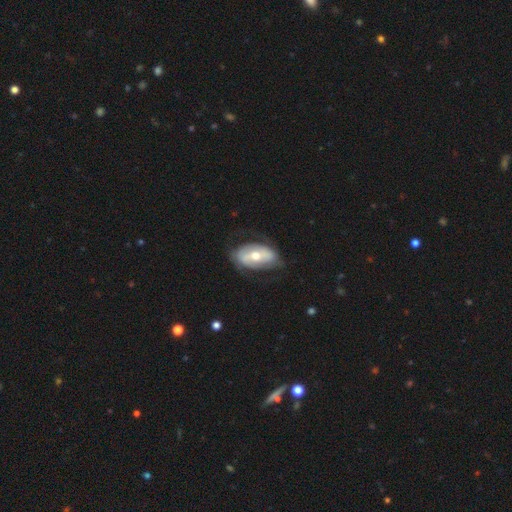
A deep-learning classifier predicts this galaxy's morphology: Smooth or featured? featured or disk (58%)
Edge-on disk? no (90%)
Bar? no (40%)
Spiral arms? no (51%)
Bulge size? moderate (68%)
Merging? none (66%)